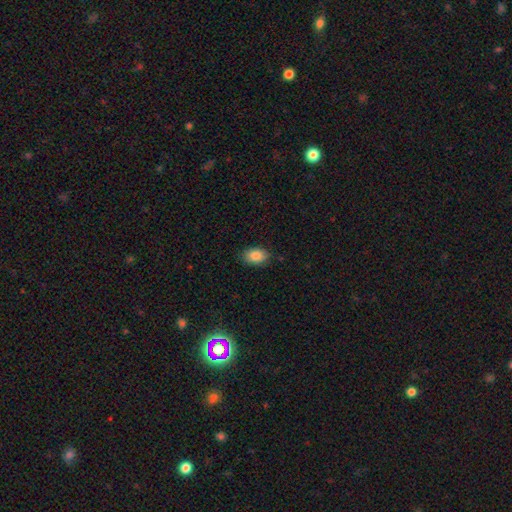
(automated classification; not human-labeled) Overall: smooth (87%). How rounded: in between (87%). Merging: none (85%).